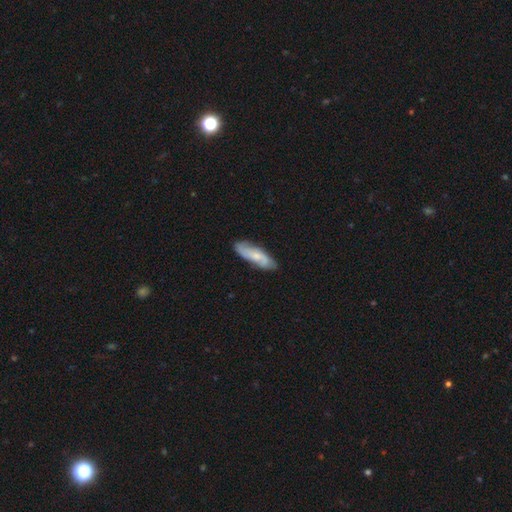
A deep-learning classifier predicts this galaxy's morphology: Overall: featured or disk (51%; smooth 43%). Edge-on disk: no (82%). Merging: none (81%).